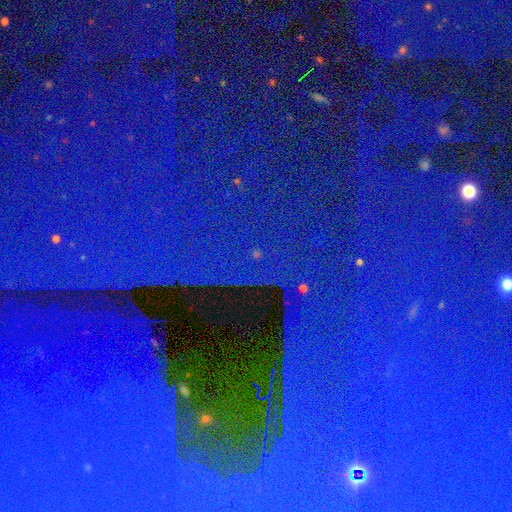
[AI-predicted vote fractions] Overall: star or artifact (84%).